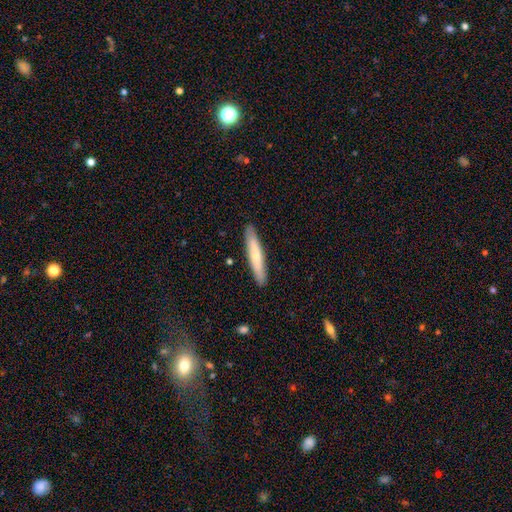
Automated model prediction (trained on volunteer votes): A smooth galaxy with no disk features (61%) that is cigar-shaped (93%).

Vote fractions:
- Smooth or featured? smooth: 61% / featured or disk: 34% / star or artifact: 5%
- How rounded? cigar-shaped: 93% / in between: 6% / round: 1%
- Merging? none: 91% / minor disturbance: 7% / major disturbance: 1% / merger: 1%